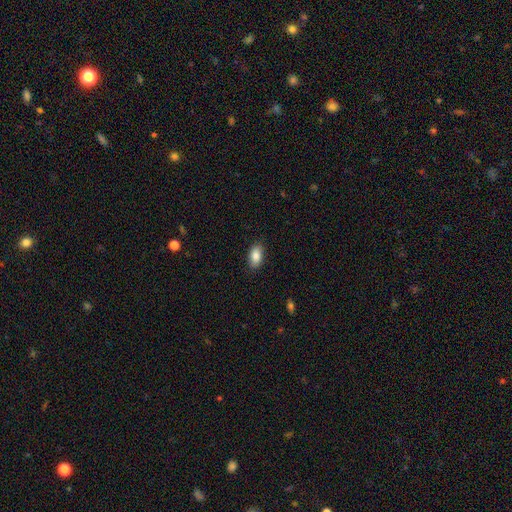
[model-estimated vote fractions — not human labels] Smooth or featured: smooth — 87% (star or artifact — 7%)
How rounded: in between — 92% (round — 4%)
Merging: none — 87% (minor disturbance — 10%)